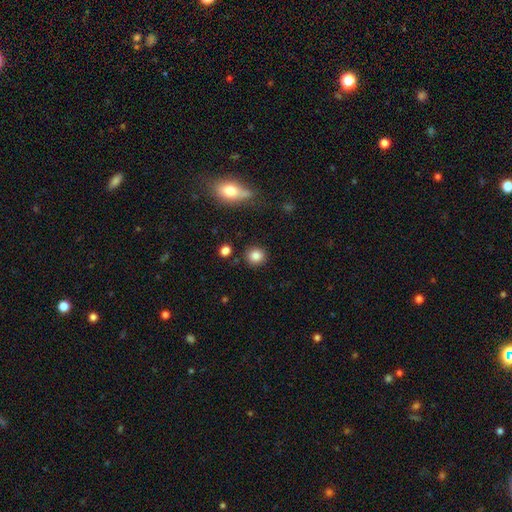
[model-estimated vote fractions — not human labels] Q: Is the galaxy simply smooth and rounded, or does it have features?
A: smooth — 85%.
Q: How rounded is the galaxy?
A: round — 90%.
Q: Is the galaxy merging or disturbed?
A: none — 89%.